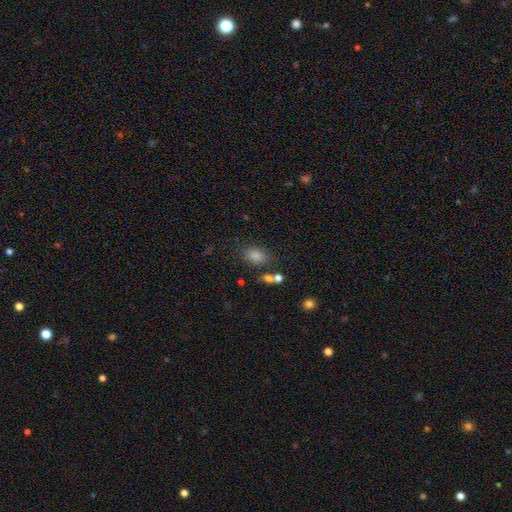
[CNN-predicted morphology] Overall: smooth (81%). How rounded: in between (75%). Merging: none (71%).